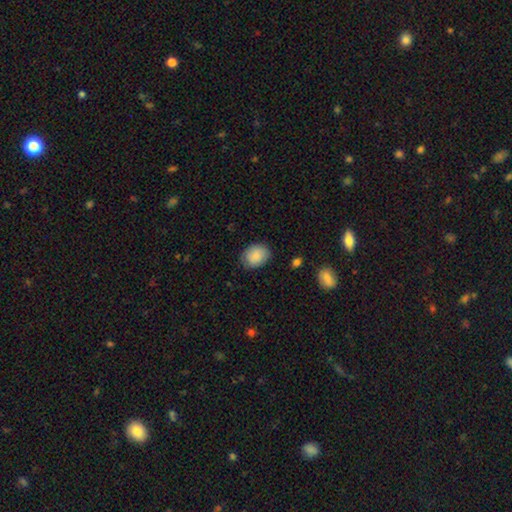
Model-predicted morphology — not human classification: Smooth or featured? smooth (88%)
How rounded? in between (58%)
Merging? none (80%)